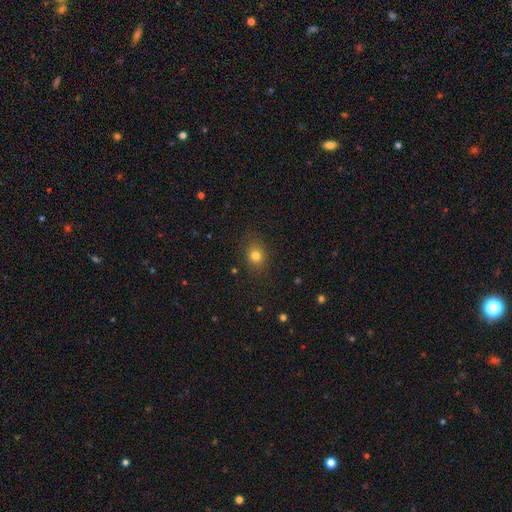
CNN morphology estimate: Smooth or featured? Predicted: smooth (p=0.78). How rounded? Predicted: round (p=0.65). Merging? Predicted: none (p=0.85).